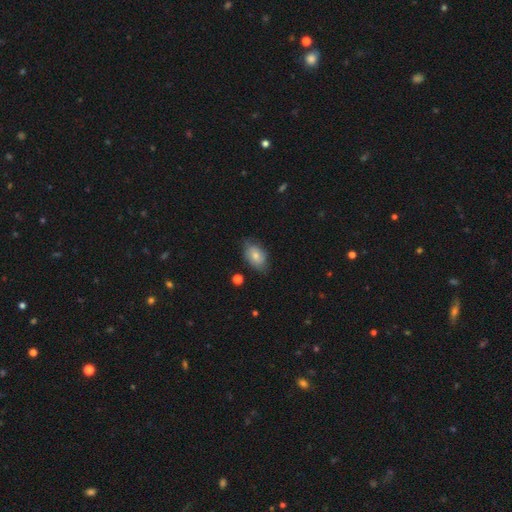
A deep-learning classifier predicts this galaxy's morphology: type=smooth (72%); roundness=in between (87%); merging=none (66%).